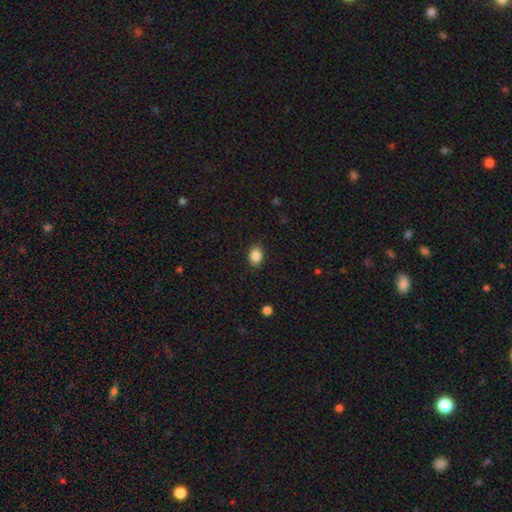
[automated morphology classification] The model was most divided on "how rounded": in between: 67%, round: 32%, cigar-shaped: 1%. More confident: merging — none (88%); smooth or featured — smooth (86%).